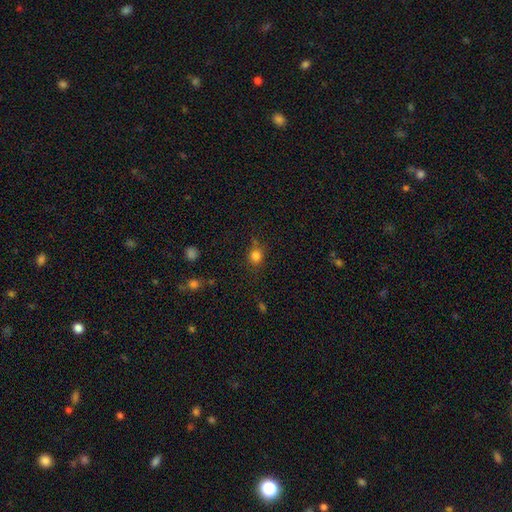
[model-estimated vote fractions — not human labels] Morphology: type=smooth (81%); roundness=round (80%); merging=none (73%).